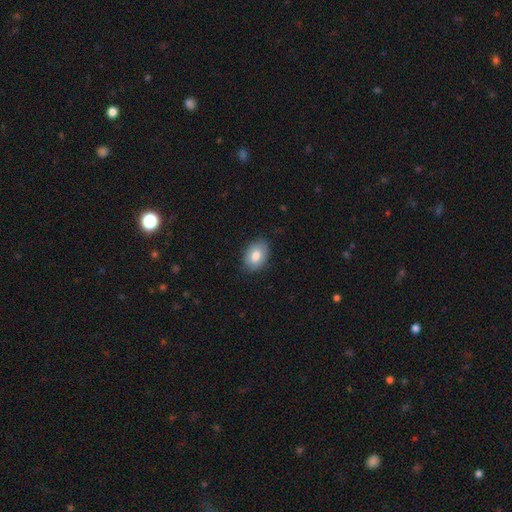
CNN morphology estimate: smooth_or_featured: smooth (p=0.77) [alt: featured or disk p=0.16]
how_rounded: in between (p=0.84) [alt: round p=0.15]
merging: none (p=0.82) [alt: minor disturbance p=0.15]